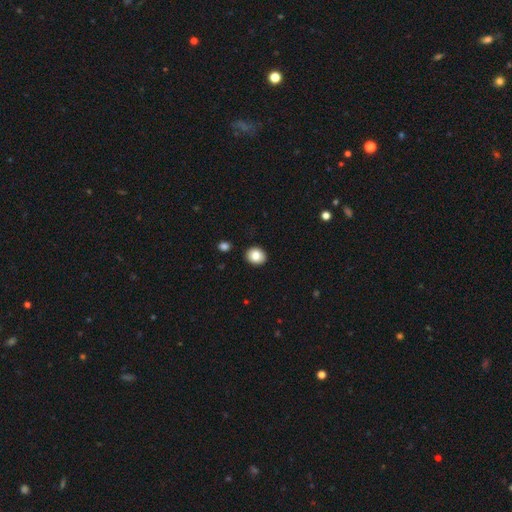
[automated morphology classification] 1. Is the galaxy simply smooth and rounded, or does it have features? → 84% smooth, 9% star or artifact, 7% featured or disk.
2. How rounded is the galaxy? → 64% round, 35% in between, 1% cigar-shaped.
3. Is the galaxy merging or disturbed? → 91% none, 6% minor disturbance, 2% major disturbance, 1% merger.